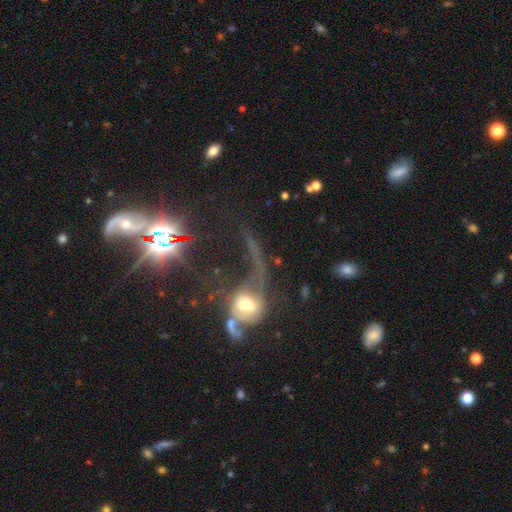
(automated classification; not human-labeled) Smooth or featured? Predicted: featured or disk (p=0.56). Edge-on disk? Predicted: no (p=0.89). Merging? Predicted: major disturbance (p=0.43).